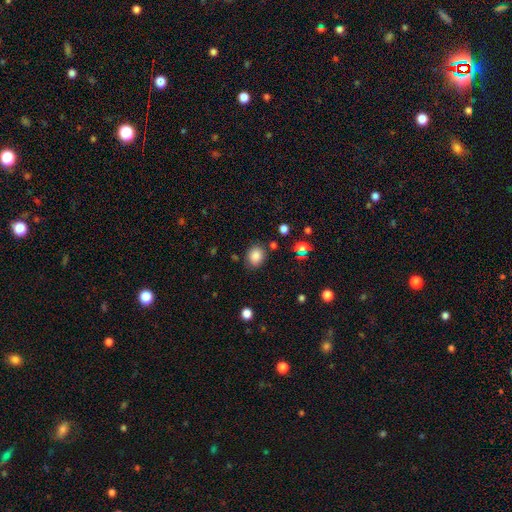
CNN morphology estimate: type=smooth (84%); roundness=round (58%); merging=none (80%).